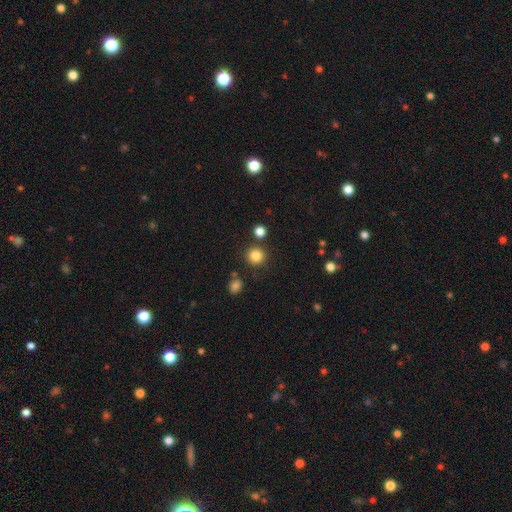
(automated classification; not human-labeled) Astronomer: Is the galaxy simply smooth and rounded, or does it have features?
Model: smooth — 84%.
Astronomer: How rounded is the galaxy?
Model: round — 93%.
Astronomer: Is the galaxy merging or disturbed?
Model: none — 85%.